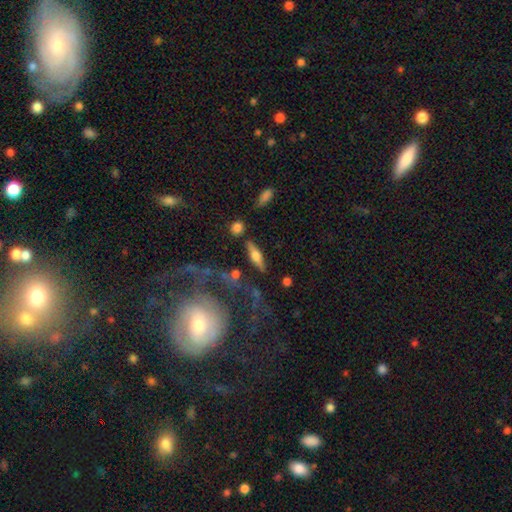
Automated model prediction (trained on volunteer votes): smooth_or_featured: featured or disk (p=0.58) [alt: smooth p=0.35]
disk_edge_on: yes (p=0.91) [alt: no p=0.09]
edge_on_bulge: rounded (p=0.92) [alt: boxy p=0.05]
merging: none (p=0.79) [alt: minor disturbance p=0.12]